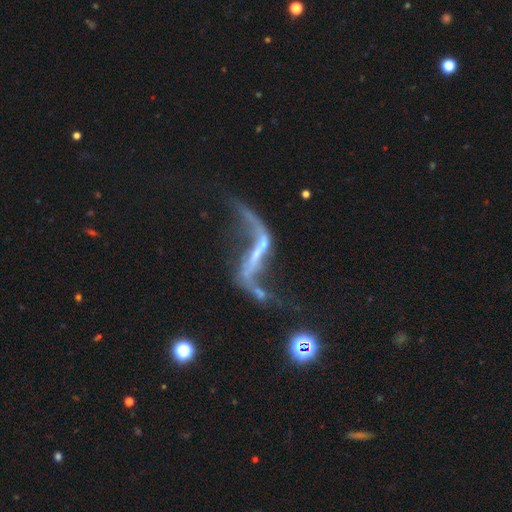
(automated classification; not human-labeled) This is clearly a featured or disk galaxy (87%). It is clearly not viewed edge-on (91%). Bar: possibly strong (48%). Spiral arm pattern: clearly yes (89%). Spiral arm count: clearly 2 (91%). Spiral winding: clearly loose (95%). Central bulge: possibly small (49%). Merging: possibly none (46%).